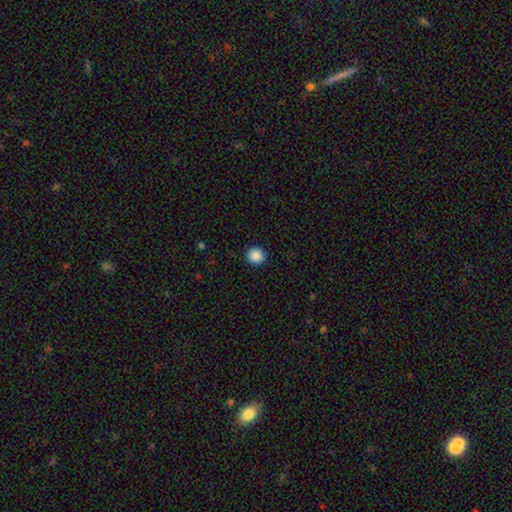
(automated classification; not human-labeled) A smooth galaxy with no disk features (88%) that is round (94%). Merging: none (93%).